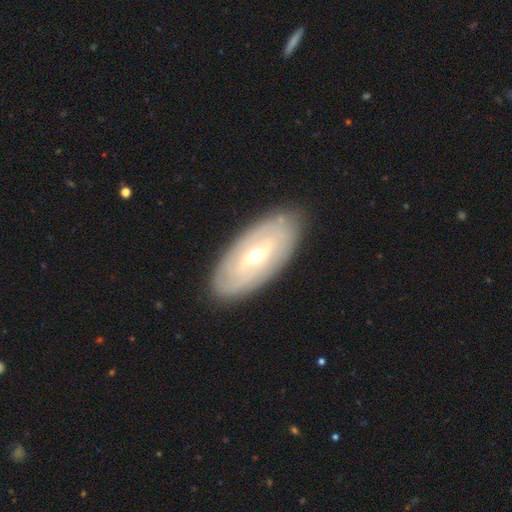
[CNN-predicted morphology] A featured or disk galaxy (69%) with a weak bar (42%), spiral arms (62%) and a moderate central bulge (53%).

Vote fractions:
- Smooth or featured? featured or disk: 69% / smooth: 25% / star or artifact: 6%
- Edge-on disk? no: 87% / yes: 13%
- Bar? weak: 42% / no: 36% / strong: 22%
- Spiral arms? yes: 62% / no: 38%
- Bulge size? moderate: 53% / small: 43% / large: 2% / dominant: 1% / none: 1%
- Merging? none: 85% / minor disturbance: 10% / major disturbance: 3% / merger: 1%